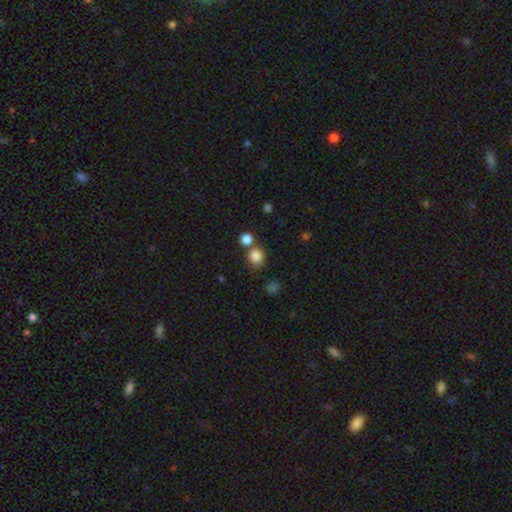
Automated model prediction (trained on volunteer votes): This appears to be a smooth galaxy with no disk features (84%) that is round (84%). Merging: none (65%).